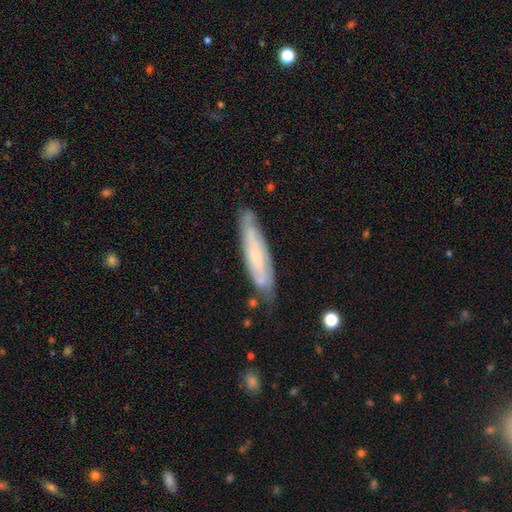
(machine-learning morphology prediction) smooth_or_featured: featured or disk (p=0.65) [alt: smooth p=0.28]
disk_edge_on: no (p=0.57) [alt: yes p=0.43]
merging: none (p=0.72) [alt: minor disturbance p=0.21]